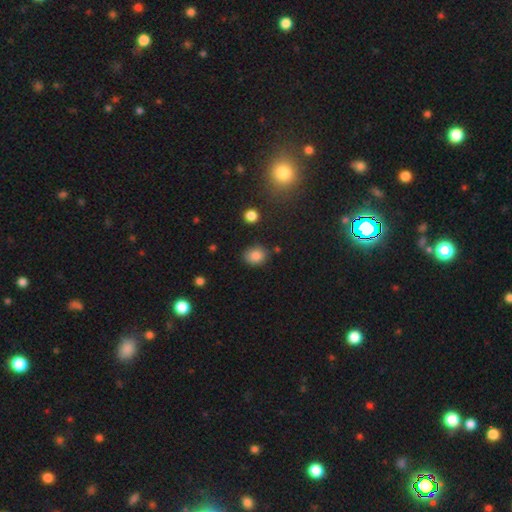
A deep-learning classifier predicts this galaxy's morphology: Smooth or featured?
  - smooth: 85% *
  - star or artifact: 10%
  - featured or disk: 5%
How rounded?
  - round: 58% *
  - in between: 41%
  - cigar-shaped: 1%
Merging?
  - none: 80% *
  - minor disturbance: 13%
  - major disturbance: 3%
  - merger: 3%